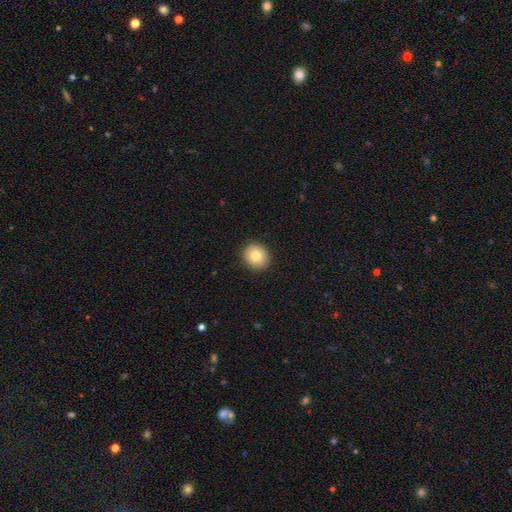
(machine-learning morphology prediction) smooth 82%, featured or disk 10%, star or artifact 9%. Down the decision tree: how rounded — round (82%); merging — none (91%).